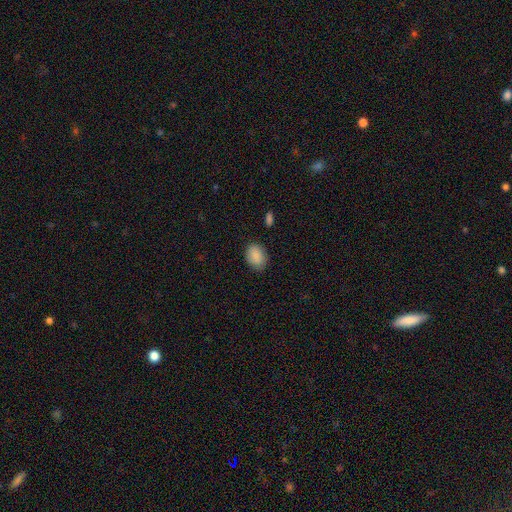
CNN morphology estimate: smooth 89%, star or artifact 7%, featured or disk 4%. Down the decision tree: how rounded — in between (72%); merging — none (82%).